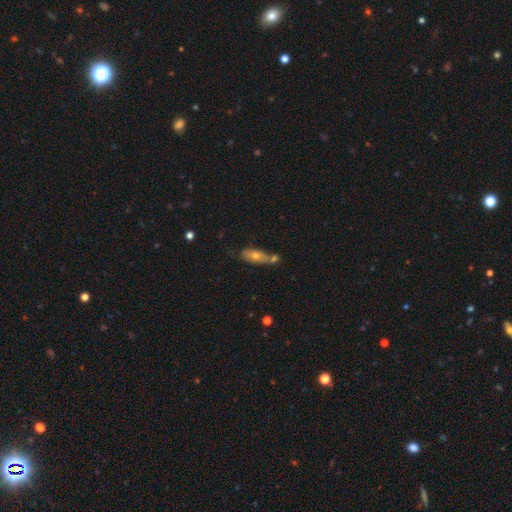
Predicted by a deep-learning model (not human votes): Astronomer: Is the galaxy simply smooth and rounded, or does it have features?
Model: smooth — 60%.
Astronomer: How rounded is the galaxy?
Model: in between — 58% (runner-up: cigar-shaped, 38%).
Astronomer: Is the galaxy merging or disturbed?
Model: none — 55%.